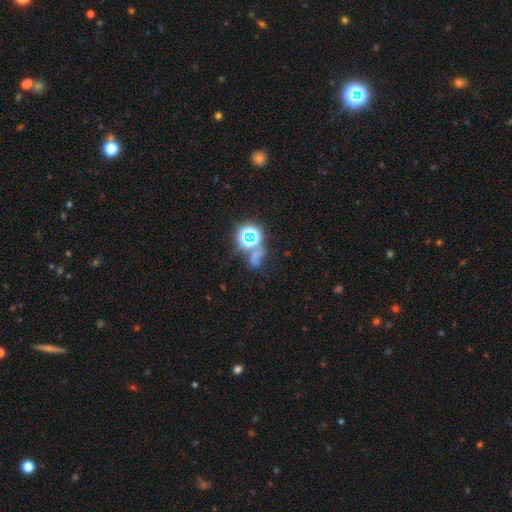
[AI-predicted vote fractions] Smooth or featured: star or artifact — 55% (smooth — 34%)